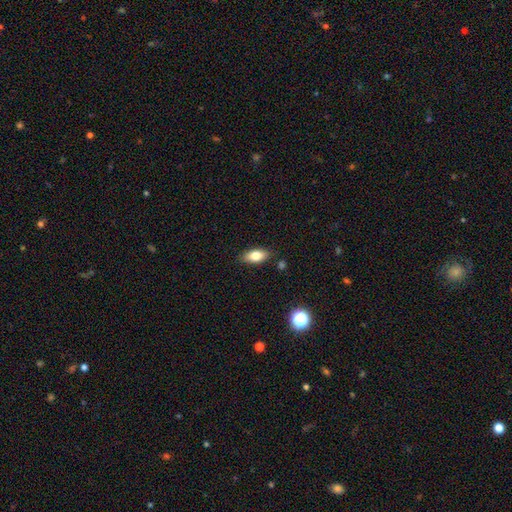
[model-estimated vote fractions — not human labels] Morphology: type=smooth (79%); roundness=in between (86%); merging=none (84%).